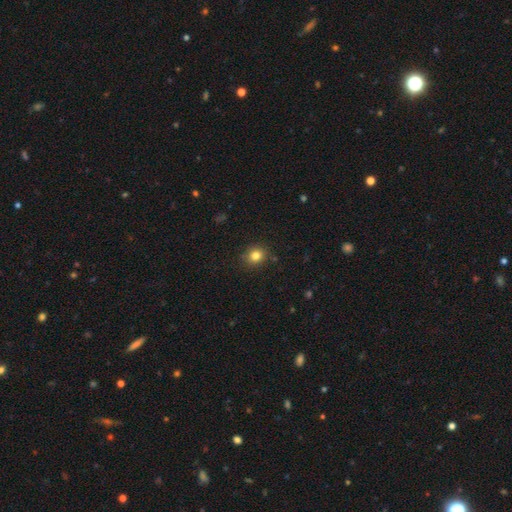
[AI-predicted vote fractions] The model was most divided on "how rounded": round: 79%, in between: 20%, cigar-shaped: 1%. More confident: merging — none (88%); smooth or featured — smooth (81%).